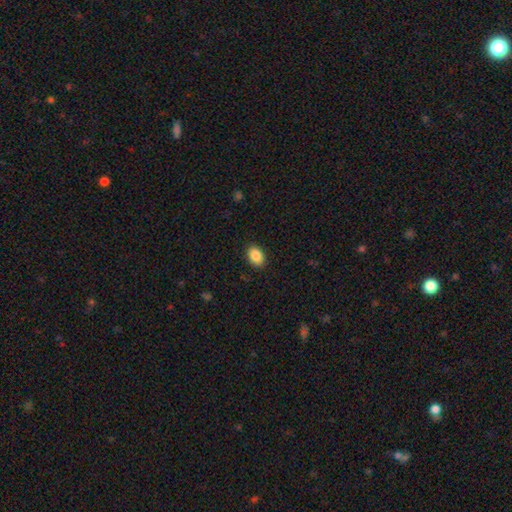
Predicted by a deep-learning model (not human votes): smooth_or_featured: smooth (p=0.88) [alt: star or artifact p=0.08]
how_rounded: in between (p=0.83) [alt: round p=0.16]
merging: none (p=0.89) [alt: minor disturbance p=0.08]